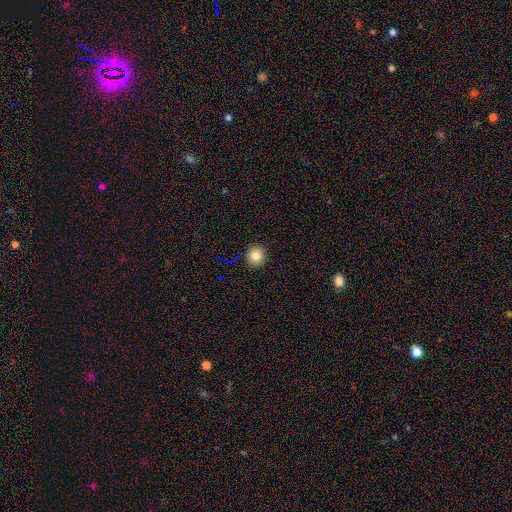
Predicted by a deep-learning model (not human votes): Morphology: type=smooth (83%); roundness=round (94%); merging=none (91%).